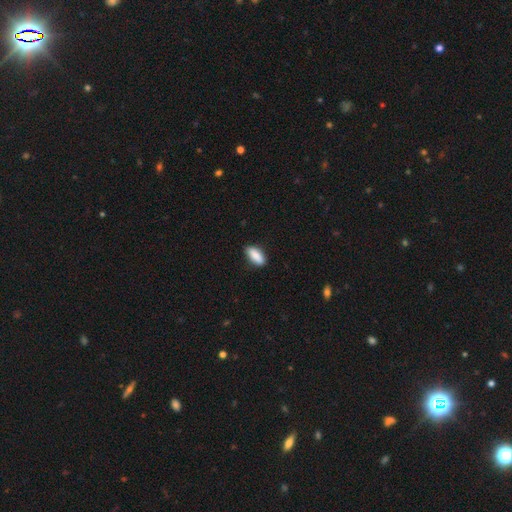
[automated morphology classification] type=smooth (88%); roundness=in between (82%); merging=none (84%).